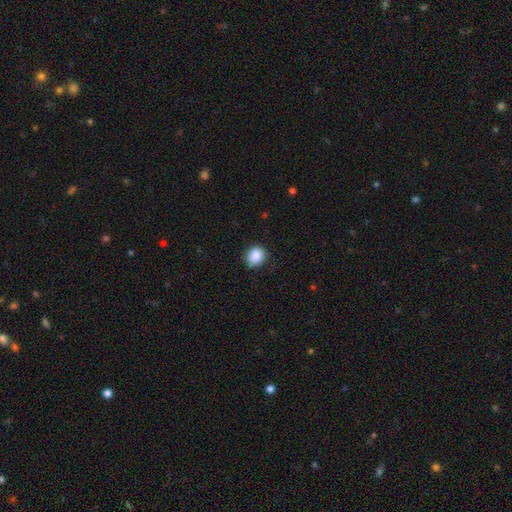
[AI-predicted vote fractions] The model was most divided on "how rounded": round: 78%, in between: 21%, cigar-shaped: 1%. More confident: smooth or featured — smooth (87%); merging — none (85%).